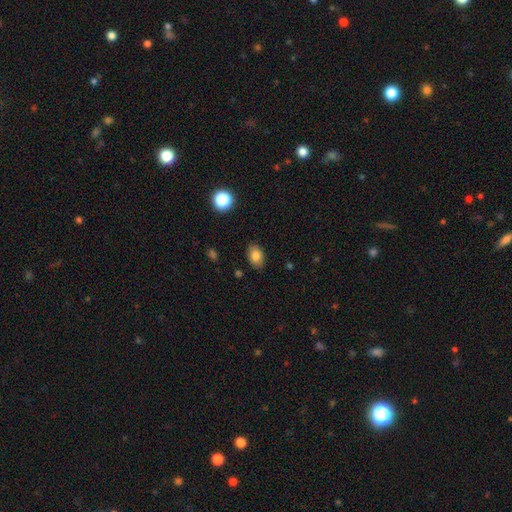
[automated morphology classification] smooth_or_featured: smooth (p=0.84) [alt: star or artifact p=0.09]
how_rounded: in between (p=0.84) [alt: round p=0.15]
merging: none (p=0.85) [alt: minor disturbance p=0.11]